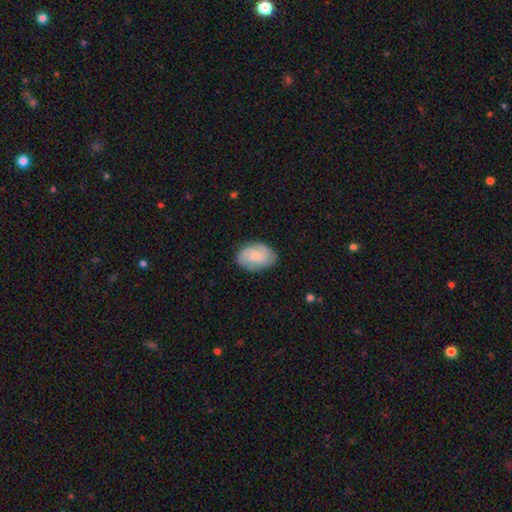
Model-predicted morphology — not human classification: Smooth or featured?
  - smooth: 55% *
  - featured or disk: 38%
  - star or artifact: 7%
How rounded?
  - in between: 85% *
  - round: 14%
  - cigar-shaped: 1%
Merging?
  - none: 77% *
  - minor disturbance: 18%
  - major disturbance: 4%
  - merger: 1%